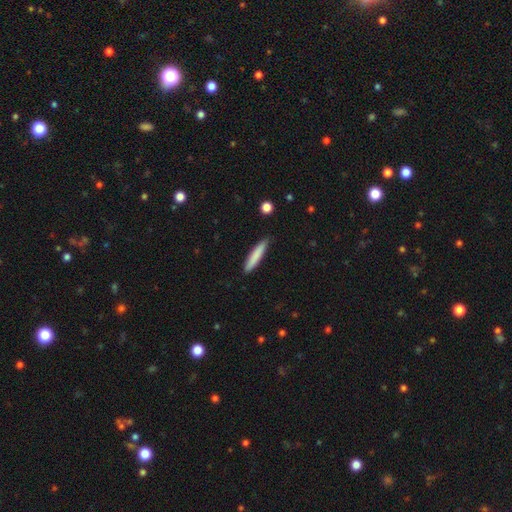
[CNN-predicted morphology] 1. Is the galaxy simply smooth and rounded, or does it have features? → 81% smooth, 14% featured or disk, 6% star or artifact.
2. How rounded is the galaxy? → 91% cigar-shaped, 8% in between, 1% round.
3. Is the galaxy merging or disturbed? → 87% none, 10% minor disturbance, 2% major disturbance, 1% merger.